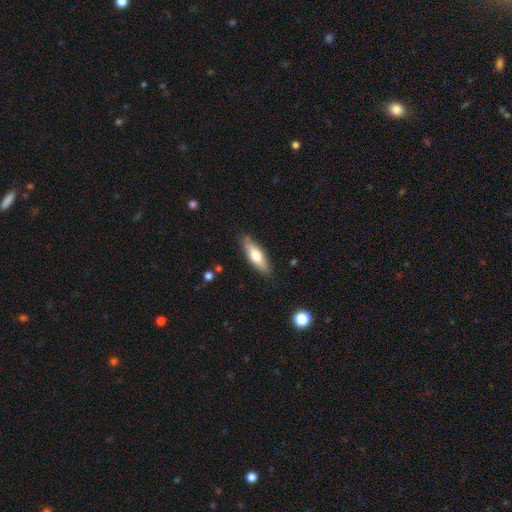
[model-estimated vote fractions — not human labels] Overall: smooth (64%; featured or disk 30%). How rounded: in between (50%; cigar-shaped 48%). Merging: none (85%).